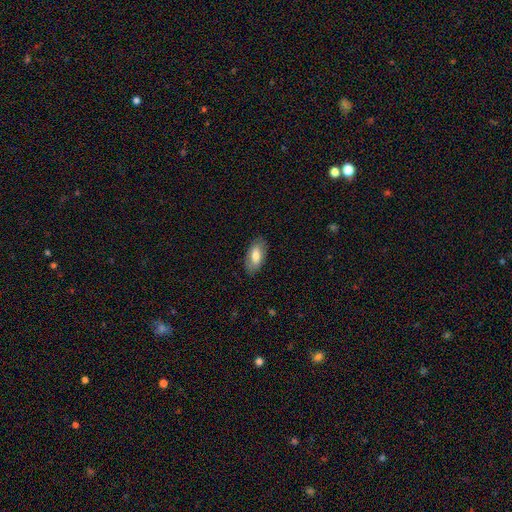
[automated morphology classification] A smooth galaxy with no disk features (71%) that is in between round and cigar-shaped (91%). Merging: none (83%).